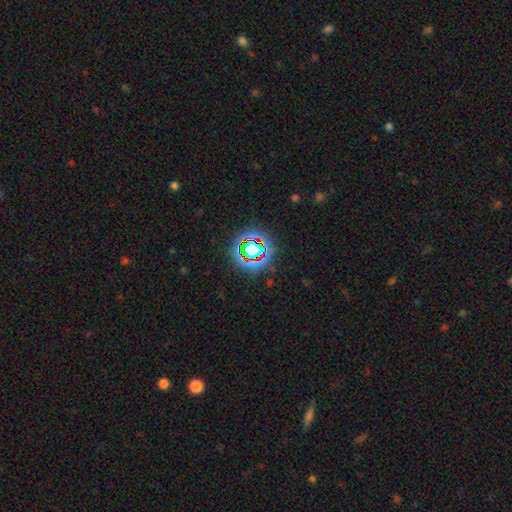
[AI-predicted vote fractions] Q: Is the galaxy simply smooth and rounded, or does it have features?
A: star or artifact — 73%.